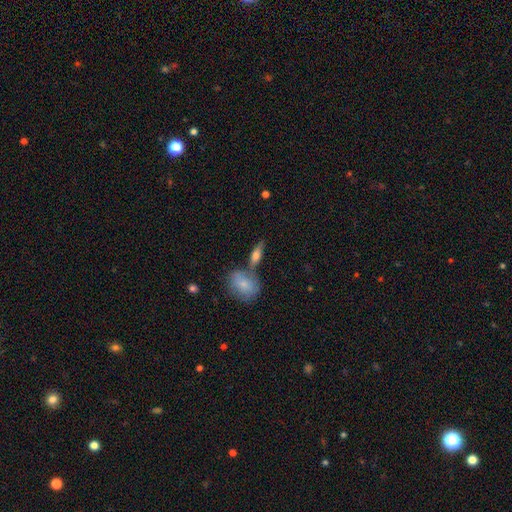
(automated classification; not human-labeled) Smooth or featured? Predicted: smooth (p=0.53). How rounded? Predicted: in between (p=0.51). Merging? Predicted: none (p=0.60).